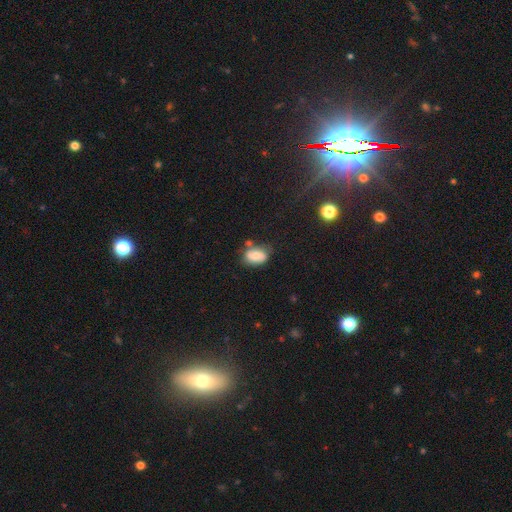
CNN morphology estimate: type=smooth (68%); roundness=in between (83%); merging=none (59%).